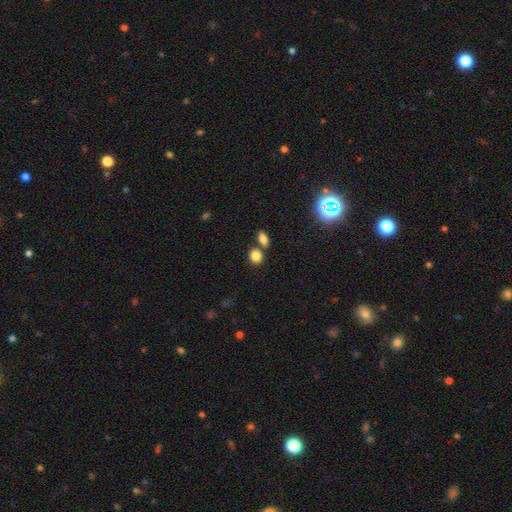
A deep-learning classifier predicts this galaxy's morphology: smooth_or_featured: smooth (p=0.82) [alt: star or artifact p=0.11]
how_rounded: round (p=0.67) [alt: in between p=0.31]
merging: none (p=0.64) [alt: merger p=0.24]